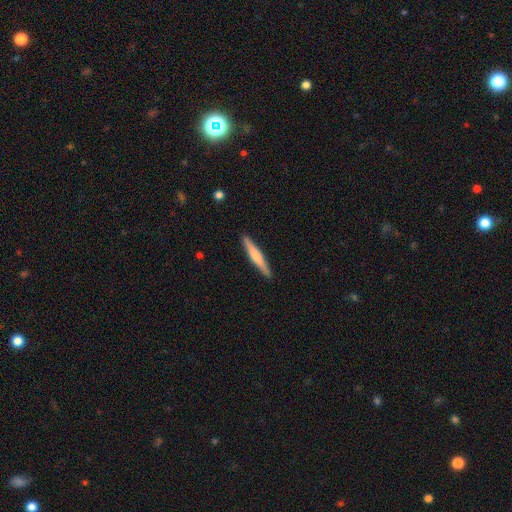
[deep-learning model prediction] Smooth or featured? smooth (53%)
How rounded? cigar-shaped (94%)
Merging? none (91%)